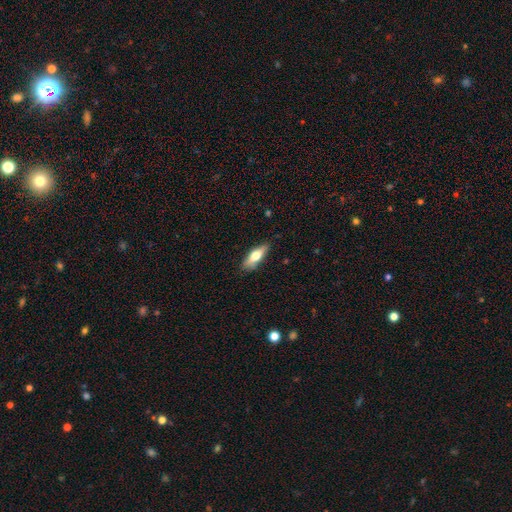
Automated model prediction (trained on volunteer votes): This appears to be a smooth galaxy with no disk features (62%) that is in between round and cigar-shaped (57%). Merging: none (81%).